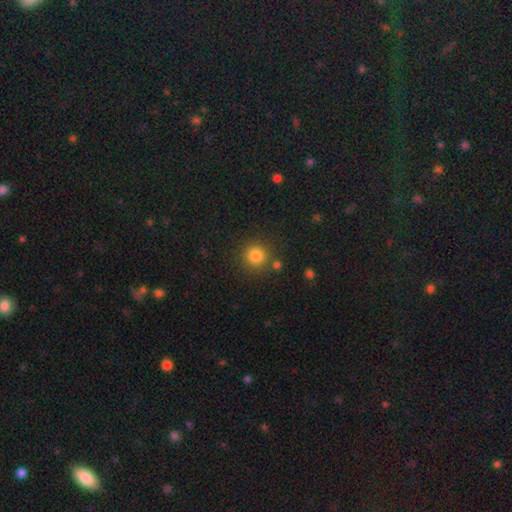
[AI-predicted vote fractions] This appears to be a smooth galaxy with no disk features (82%) that is round (93%). Merging: none (83%).